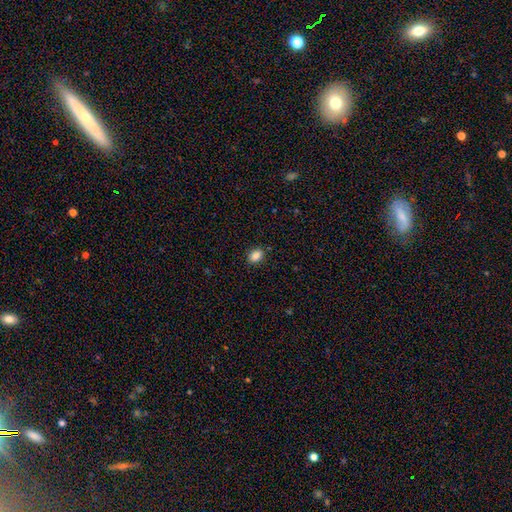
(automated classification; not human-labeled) Q: Smooth or featured?
A: smooth (86%); runner-up: star or artifact (10%)
Q: How rounded?
A: in between (69%); runner-up: round (29%)
Q: Merging?
A: none (87%); runner-up: minor disturbance (9%)